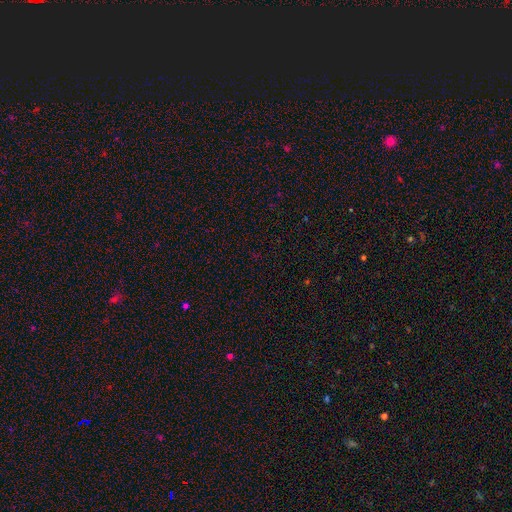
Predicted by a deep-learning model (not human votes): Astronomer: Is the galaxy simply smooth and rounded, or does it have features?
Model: star or artifact — 71%.